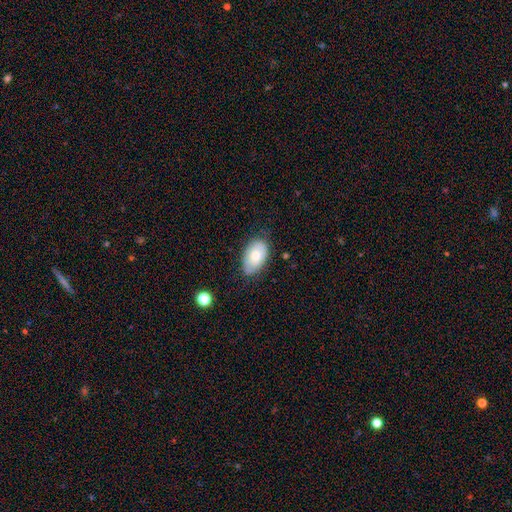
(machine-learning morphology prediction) Overall: smooth (72%). How rounded: in between (92%). Merging: none (71%).